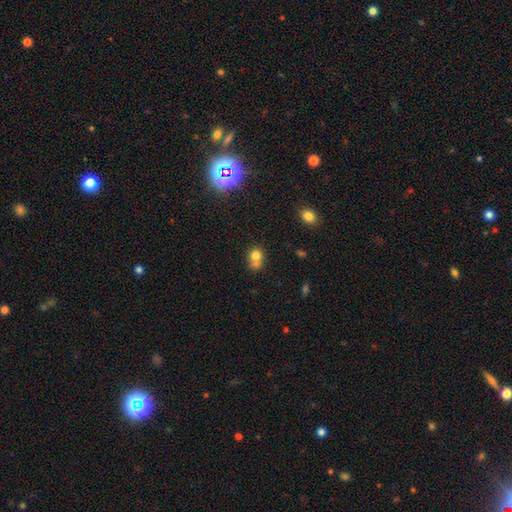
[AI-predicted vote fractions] This is likely a smooth galaxy (74%). How rounded: likely round (72%). Merging: possibly merger (53%).